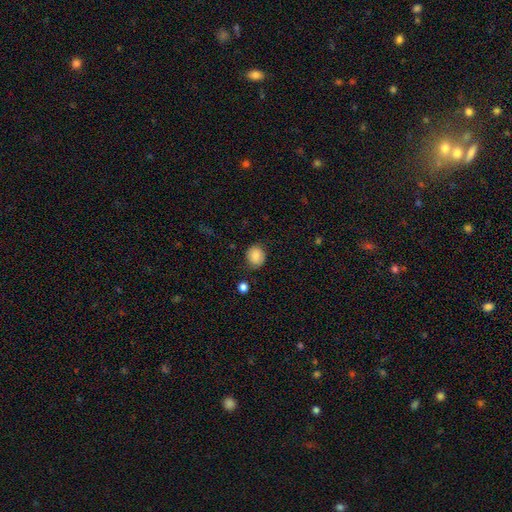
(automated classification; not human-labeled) This is clearly a smooth galaxy (85%). How rounded: likely round (71%). Merging: clearly none (81%).